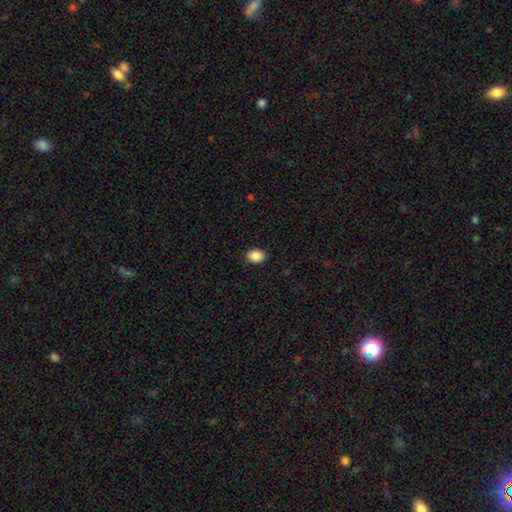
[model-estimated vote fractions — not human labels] Morphology: type=smooth (89%); roundness=in between (65%); merging=none (89%).